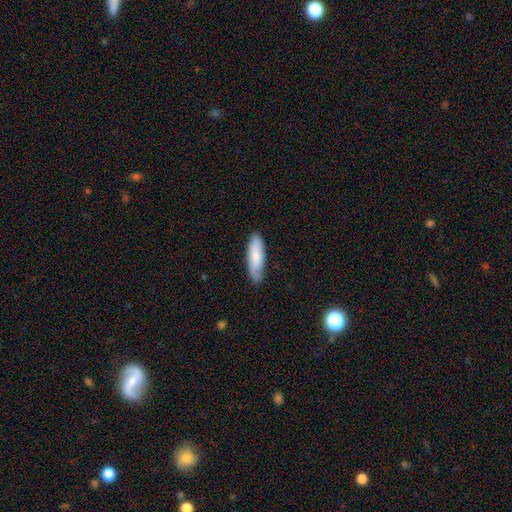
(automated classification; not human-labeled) smooth 75%, featured or disk 19%, star or artifact 6%. Down the decision tree: how rounded — cigar-shaped (50%); merging — none (78%).